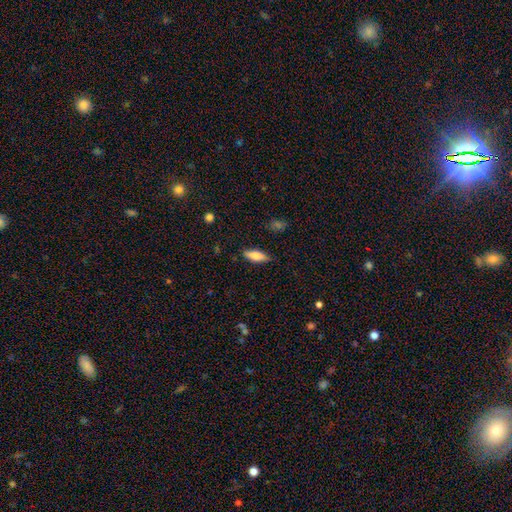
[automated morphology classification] smooth-or-featured: smooth: 74% | featured or disk: 20% | star or artifact: 6%
  how-rounded: in between: 61% | cigar-shaped: 37% | round: 2%
  merging: none: 86% | minor disturbance: 10% | major disturbance: 2% | merger: 1%